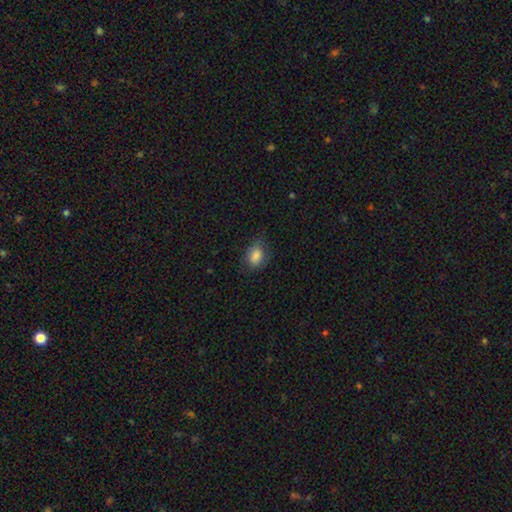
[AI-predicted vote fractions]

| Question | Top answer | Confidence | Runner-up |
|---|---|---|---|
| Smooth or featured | smooth | 84% | star or artifact (8%) |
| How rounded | in between | 82% | round (16%) |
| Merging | none | 66% | minor disturbance (24%) |